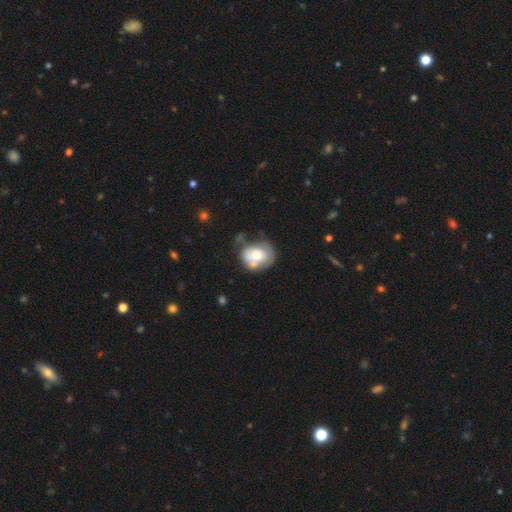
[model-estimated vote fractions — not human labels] A smooth galaxy with no disk features (64%) that is round (54%).

Vote fractions:
- Smooth or featured? smooth: 64% / featured or disk: 28% / star or artifact: 8%
- How rounded? round: 54% / in between: 45% / cigar-shaped: 1%
- Merging? none: 34% / minor disturbance: 27% / merger: 21% / major disturbance: 18%